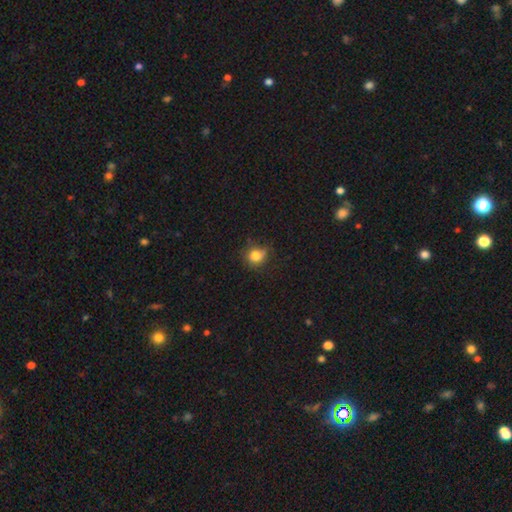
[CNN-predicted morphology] Smooth or featured: smooth — 79% (star or artifact — 13%)
How rounded: round — 78% (in between — 21%)
Merging: none — 66% (minor disturbance — 24%)